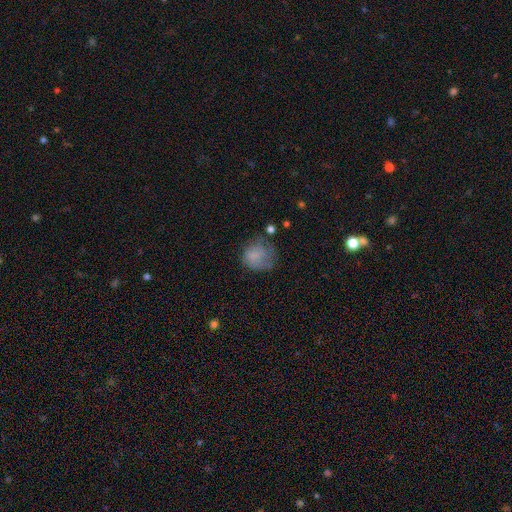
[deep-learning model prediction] Smooth or featured? Predicted: smooth (p=0.73). How rounded? Predicted: round (p=0.75). Merging? Predicted: none (p=0.43).